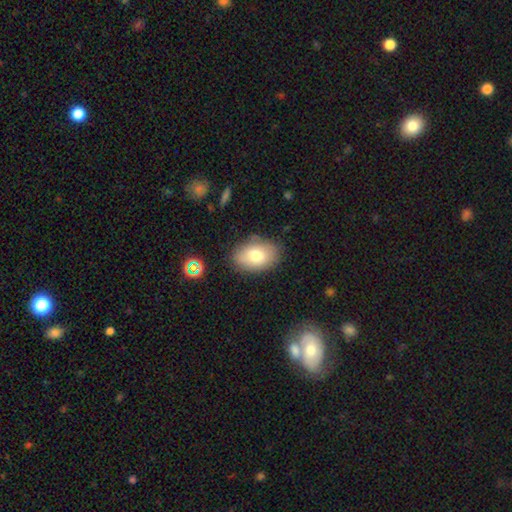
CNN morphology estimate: Q: Smooth or featured?
A: smooth (76%); runner-up: featured or disk (15%)
Q: How rounded?
A: in between (84%); runner-up: round (15%)
Q: Merging?
A: none (80%); runner-up: minor disturbance (14%)